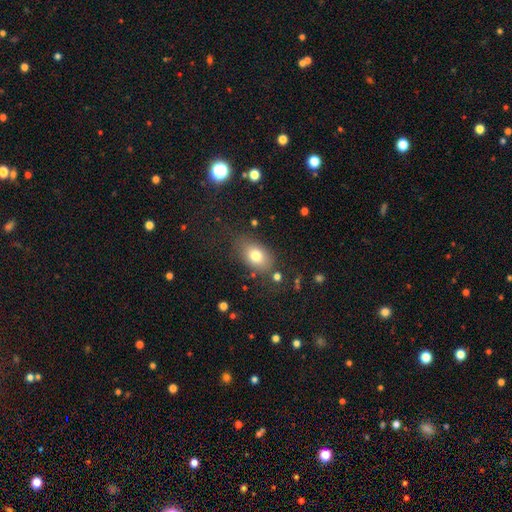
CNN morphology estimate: smooth_or_featured: smooth (p=0.77) [alt: featured or disk p=0.13]
how_rounded: in between (p=0.81) [alt: round p=0.17]
merging: none (p=0.73) [alt: minor disturbance p=0.17]